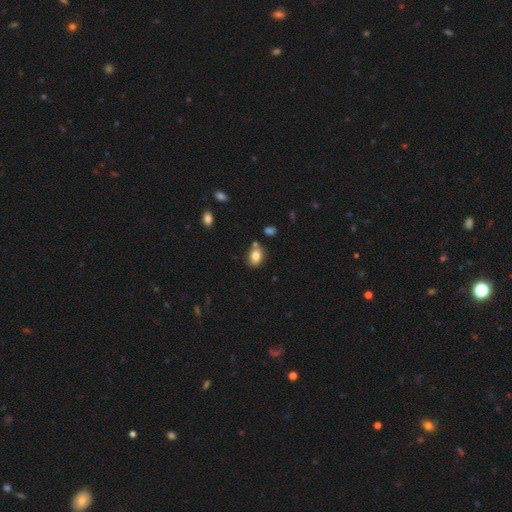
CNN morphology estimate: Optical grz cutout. It shows a smooth galaxy with no disk features (82%) that is in between round and cigar-shaped (70%). Merging: none (70%).